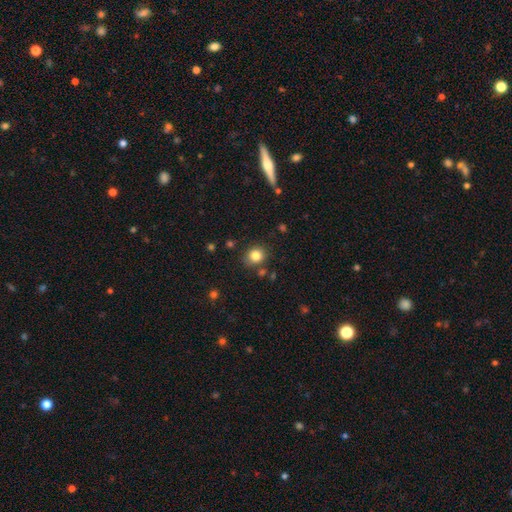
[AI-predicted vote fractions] Overall: smooth (83%). How rounded: round (75%). Merging: none (82%).